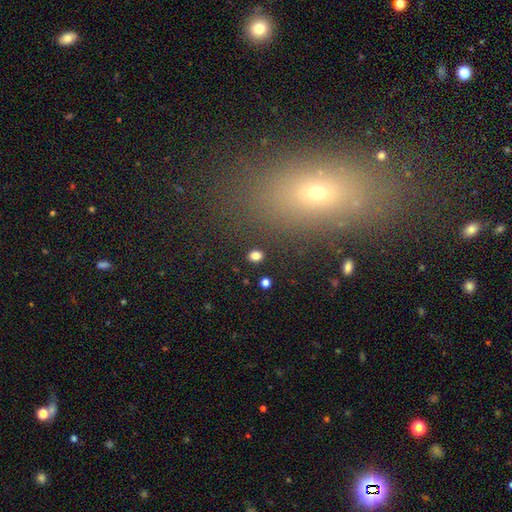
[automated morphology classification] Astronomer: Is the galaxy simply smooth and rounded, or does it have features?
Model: smooth — 82%.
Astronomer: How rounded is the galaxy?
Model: round — 60% (runner-up: in between, 38%).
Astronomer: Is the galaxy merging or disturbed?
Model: none — 90%.